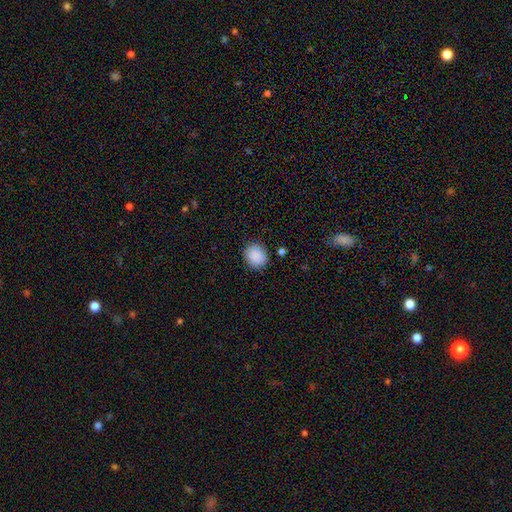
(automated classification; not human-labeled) Overall: smooth (89%). How rounded: round (69%; in between 30%). Merging: none (87%).